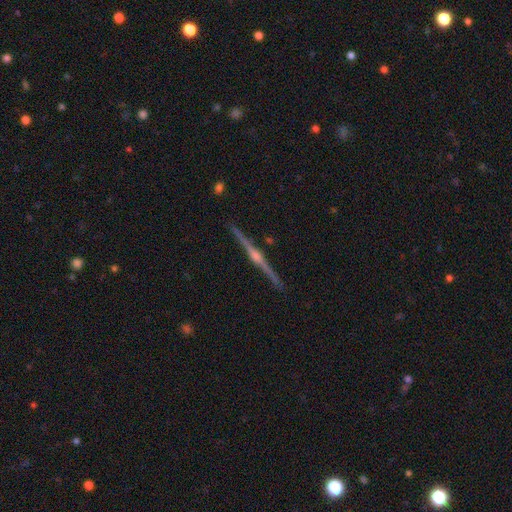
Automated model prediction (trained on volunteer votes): Smooth or featured? Predicted: featured or disk (p=0.89). Edge-on disk? Predicted: yes (p=0.99). Edge-on bulge? Predicted: rounded (p=0.89). Merging? Predicted: none (p=0.93).